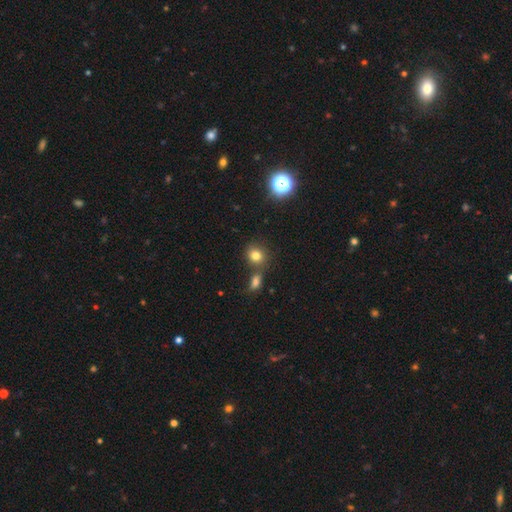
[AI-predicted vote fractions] Q: Smooth or featured?
A: smooth (77%); runner-up: star or artifact (15%)
Q: How rounded?
A: round (73%); runner-up: in between (26%)
Q: Merging?
A: none (65%); runner-up: merger (21%)